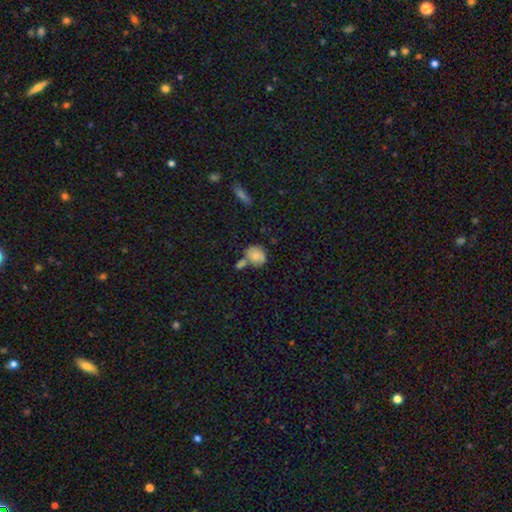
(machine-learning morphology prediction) Smooth or featured: smooth — 67% (featured or disk — 24%)
How rounded: round — 64% (in between — 35%)
Merging: none — 44% (merger — 30%)